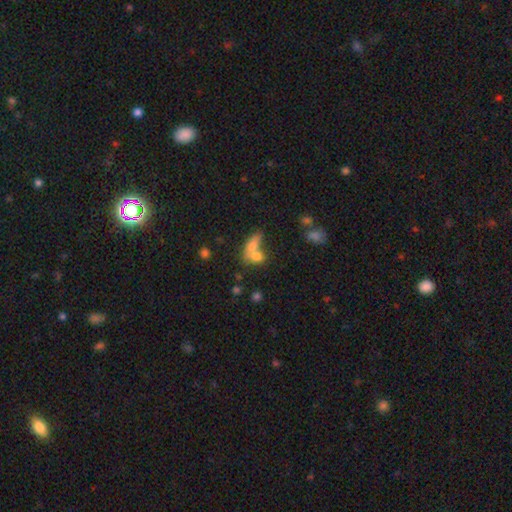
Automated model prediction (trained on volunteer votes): The model was most divided on "merging": merger: 59%, none: 27%, minor disturbance: 8%, major disturbance: 5%. More confident: smooth or featured — smooth (73%); how rounded — in between (70%).